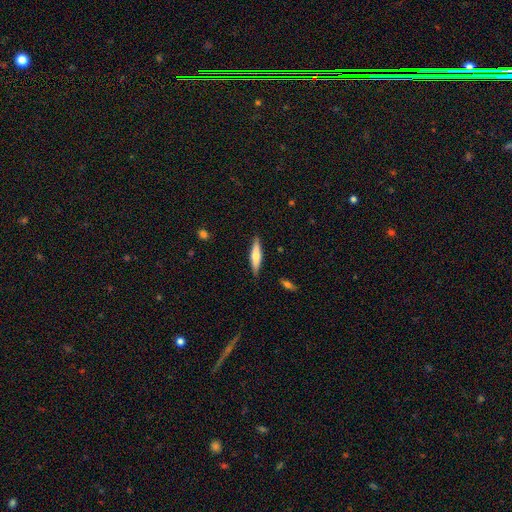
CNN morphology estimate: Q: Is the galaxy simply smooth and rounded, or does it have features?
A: smooth — 52%.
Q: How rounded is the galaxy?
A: cigar-shaped — 81%.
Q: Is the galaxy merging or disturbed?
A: none — 89%.